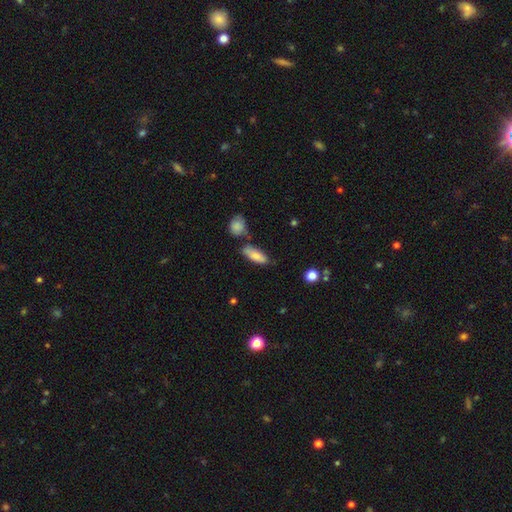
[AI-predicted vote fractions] This appears to be a smooth galaxy with no disk features (82%) that is in between round and cigar-shaped (71%). Merging: none (66%).